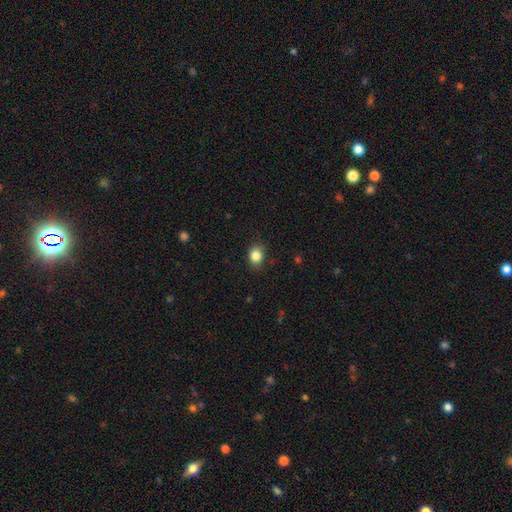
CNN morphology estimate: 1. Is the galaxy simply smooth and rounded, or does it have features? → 85% smooth, 10% star or artifact, 5% featured or disk.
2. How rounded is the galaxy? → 56% round, 43% in between, 1% cigar-shaped.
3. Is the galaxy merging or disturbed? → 83% none, 13% minor disturbance, 3% major disturbance, 1% merger.